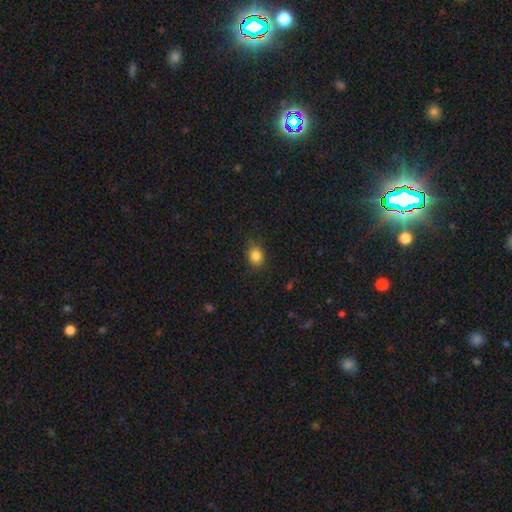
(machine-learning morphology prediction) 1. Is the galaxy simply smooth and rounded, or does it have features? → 84% smooth, 11% star or artifact, 5% featured or disk.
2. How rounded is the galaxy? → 54% round, 45% in between, 1% cigar-shaped.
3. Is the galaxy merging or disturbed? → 83% none, 13% minor disturbance, 3% major disturbance, 1% merger.